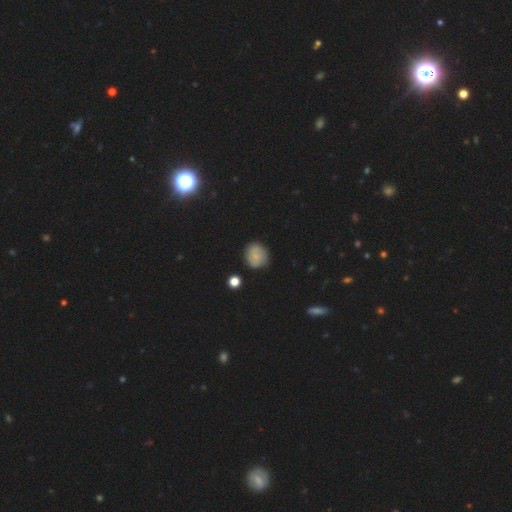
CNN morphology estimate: A smooth galaxy with no disk features (61%) that is round (80%). Merging: none (79%).